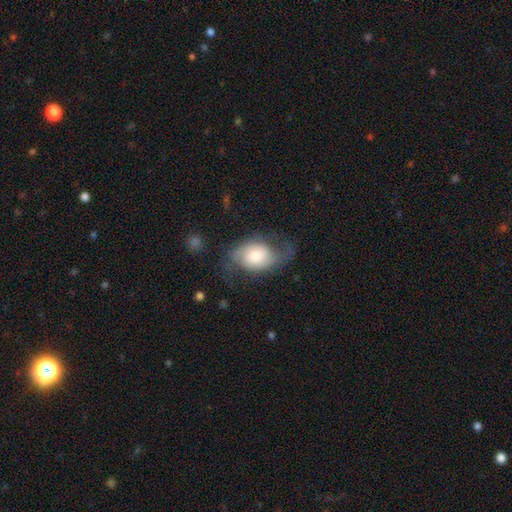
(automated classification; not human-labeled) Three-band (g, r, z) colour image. It shows a featured or disk galaxy (60%) with no bar (66%), 2 (88%) loose (50%) spiral arms (89%) and a moderate central bulge (39%). Merging: none (52%).